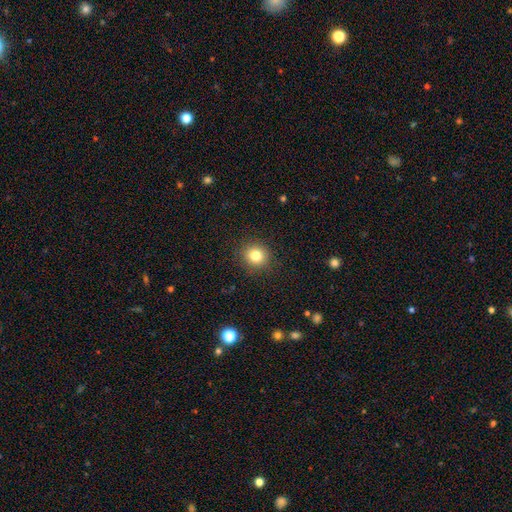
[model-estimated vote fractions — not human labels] Q: Smooth or featured?
A: smooth (81%); runner-up: star or artifact (12%)
Q: How rounded?
A: round (89%); runner-up: in between (10%)
Q: Merging?
A: none (90%); runner-up: minor disturbance (6%)